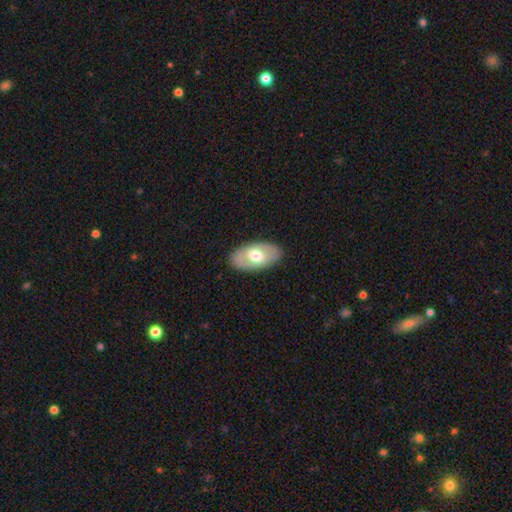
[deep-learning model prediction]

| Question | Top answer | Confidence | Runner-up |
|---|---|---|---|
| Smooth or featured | smooth | 56% | featured or disk (38%) |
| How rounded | in between | 93% | round (5%) |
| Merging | none | 87% | minor disturbance (10%) |